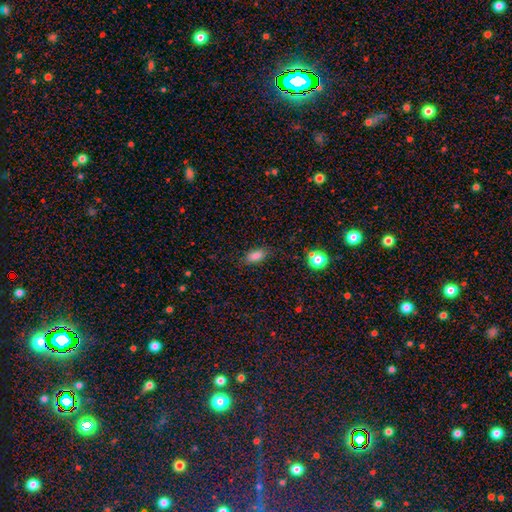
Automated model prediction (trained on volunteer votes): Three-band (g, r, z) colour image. It shows a smooth galaxy with no disk features (83%) that is in between round and cigar-shaped (87%). Merging: none (80%).